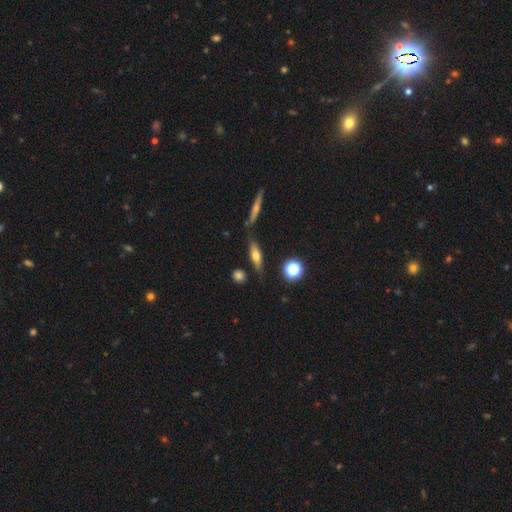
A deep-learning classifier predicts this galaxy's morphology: Smooth or featured? smooth (50%)
Merging? none (74%)